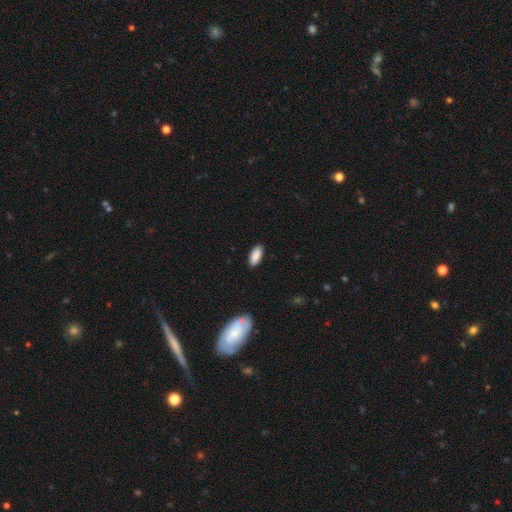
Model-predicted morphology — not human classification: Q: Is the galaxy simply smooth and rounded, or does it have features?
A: smooth — 89%.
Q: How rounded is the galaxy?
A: in between — 89%.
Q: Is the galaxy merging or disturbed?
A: none — 87%.